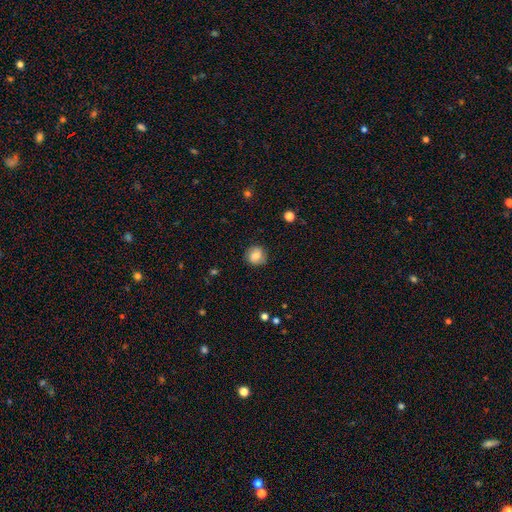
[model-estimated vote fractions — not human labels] The model was most divided on "smooth or featured": smooth: 71%, featured or disk: 19%, star or artifact: 9%. More confident: how rounded — round (87%); merging — none (81%).